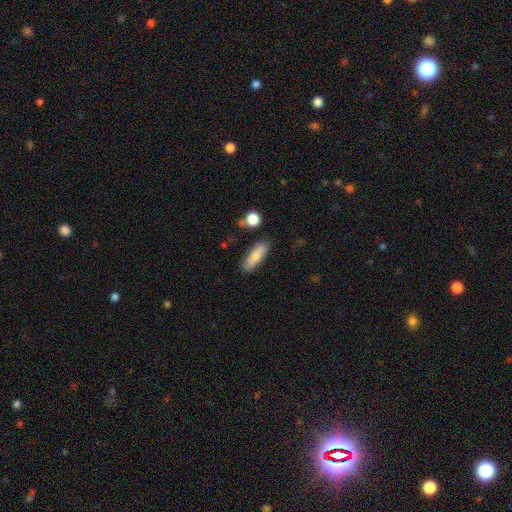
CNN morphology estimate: type=smooth (80%); roundness=cigar-shaped (50%); merging=none (82%).